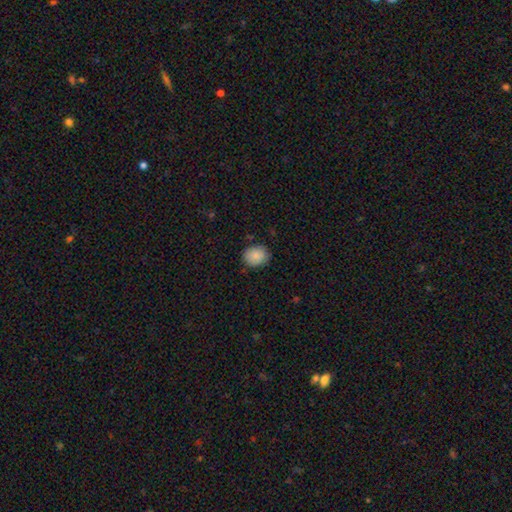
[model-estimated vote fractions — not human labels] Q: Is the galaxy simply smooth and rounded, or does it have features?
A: smooth — 88%.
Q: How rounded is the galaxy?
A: round — 64%.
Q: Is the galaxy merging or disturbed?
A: none — 85%.